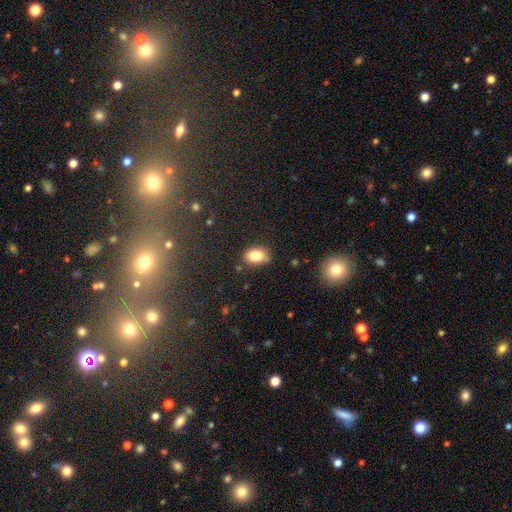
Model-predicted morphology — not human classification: smooth_or_featured: smooth (p=0.84) [alt: star or artifact p=0.09]
how_rounded: in between (p=0.82) [alt: round p=0.17]
merging: none (p=0.76) [alt: minor disturbance p=0.17]